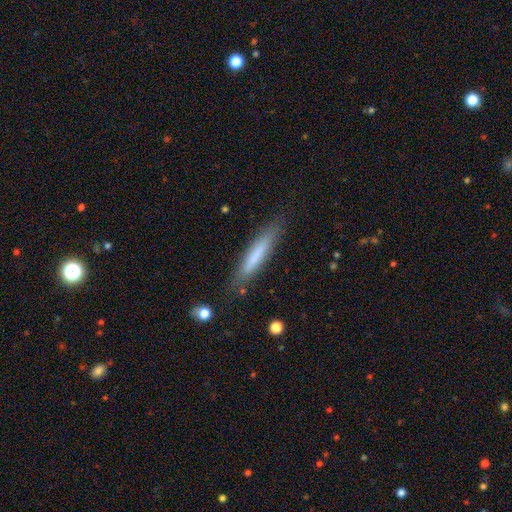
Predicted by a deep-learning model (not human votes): smooth_or_featured: smooth (p=0.70) [alt: featured or disk p=0.24]
how_rounded: cigar-shaped (p=0.91) [alt: in between p=0.08]
merging: none (p=0.84) [alt: minor disturbance p=0.11]